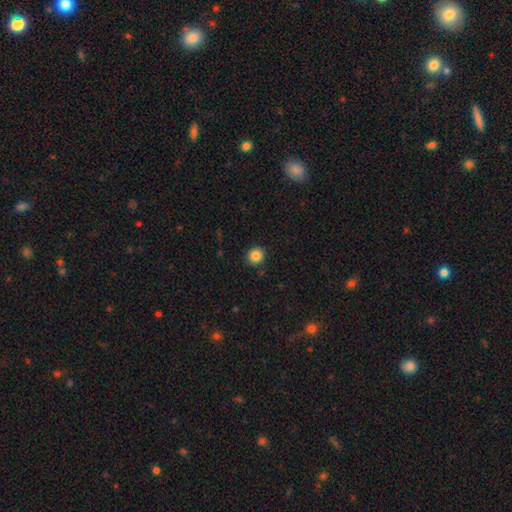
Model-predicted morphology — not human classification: Smooth or featured?
  - smooth: 85% *
  - star or artifact: 11%
  - featured or disk: 5%
How rounded?
  - round: 91% *
  - in between: 8%
  - cigar-shaped: 1%
Merging?
  - none: 90% *
  - minor disturbance: 7%
  - major disturbance: 2%
  - merger: 1%